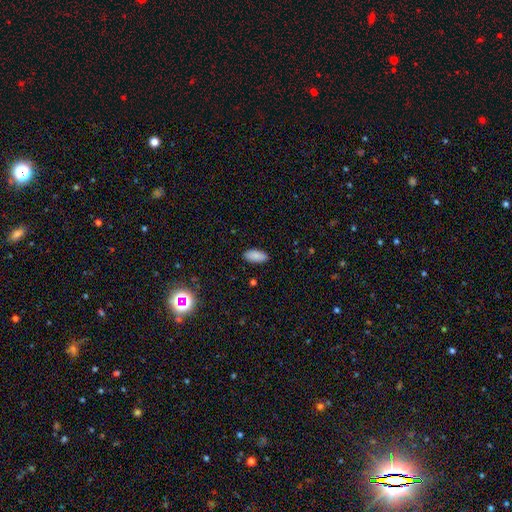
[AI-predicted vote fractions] Q: Smooth or featured?
A: smooth (84%); runner-up: star or artifact (8%)
Q: How rounded?
A: in between (92%); runner-up: cigar-shaped (6%)
Q: Merging?
A: none (86%); runner-up: minor disturbance (10%)